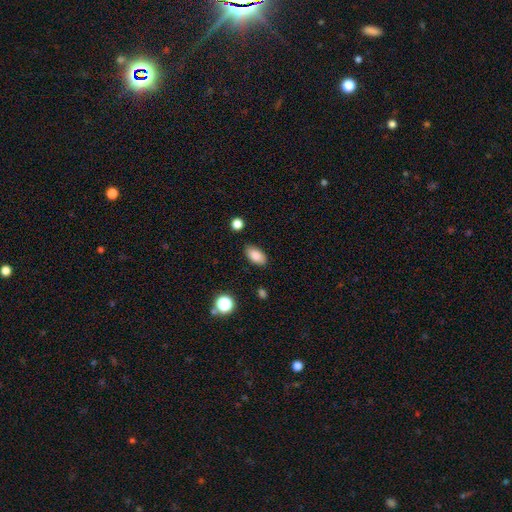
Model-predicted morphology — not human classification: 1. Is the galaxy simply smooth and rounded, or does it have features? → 86% smooth, 9% star or artifact, 5% featured or disk.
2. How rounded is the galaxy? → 92% in between, 5% round, 3% cigar-shaped.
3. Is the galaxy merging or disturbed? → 85% none, 11% minor disturbance, 3% major disturbance, 2% merger.